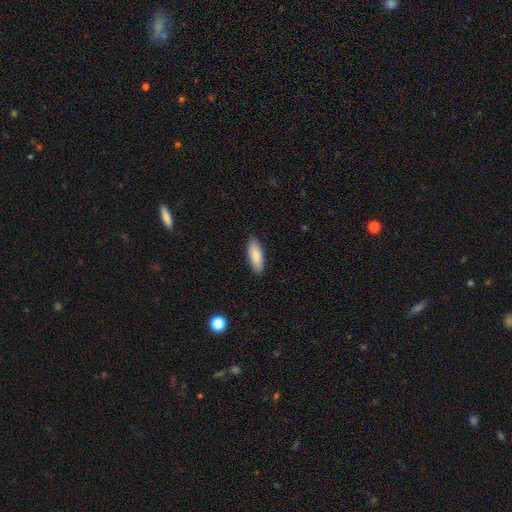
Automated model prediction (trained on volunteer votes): A smooth galaxy with no disk features (87%) that is in between round and cigar-shaped (68%). Merging: none (88%).